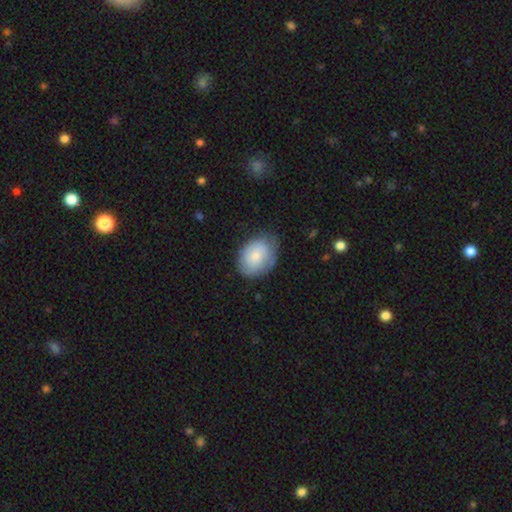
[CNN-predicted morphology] type=smooth (70%); roundness=in between (65%); merging=none (63%).